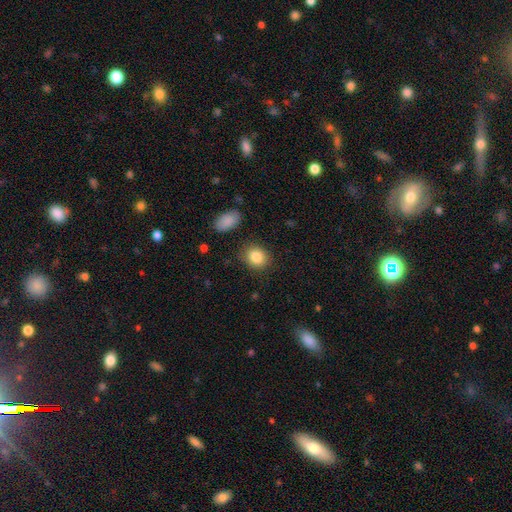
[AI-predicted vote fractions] smooth 85%, star or artifact 9%, featured or disk 6%. Down the decision tree: how rounded — round (59%); merging — none (84%).